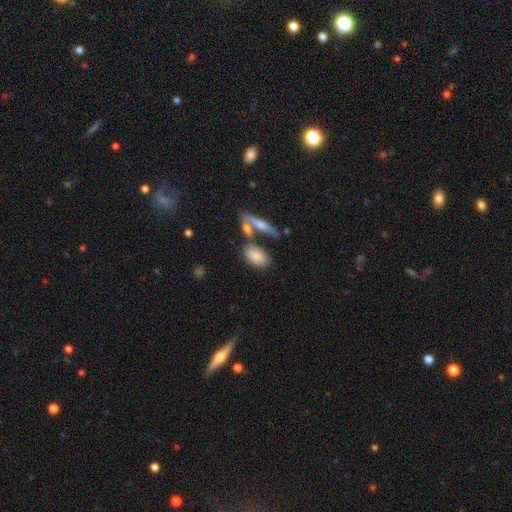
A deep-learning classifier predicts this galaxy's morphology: Smooth or featured? smooth (77%)
How rounded? in between (89%)
Merging? none (49%)